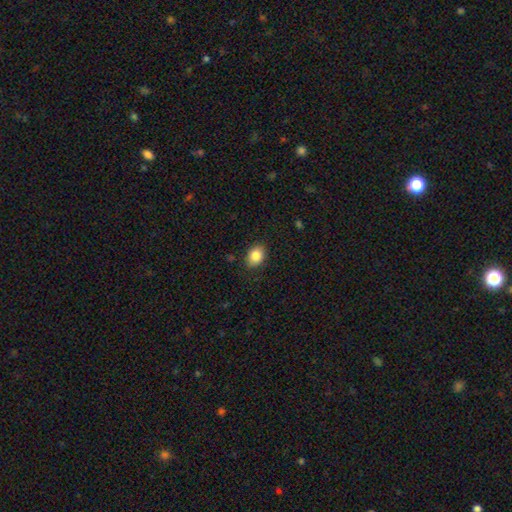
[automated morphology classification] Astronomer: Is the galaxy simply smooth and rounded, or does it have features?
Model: smooth — 86%.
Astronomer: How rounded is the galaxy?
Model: in between — 69%.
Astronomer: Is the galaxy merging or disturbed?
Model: none — 86%.